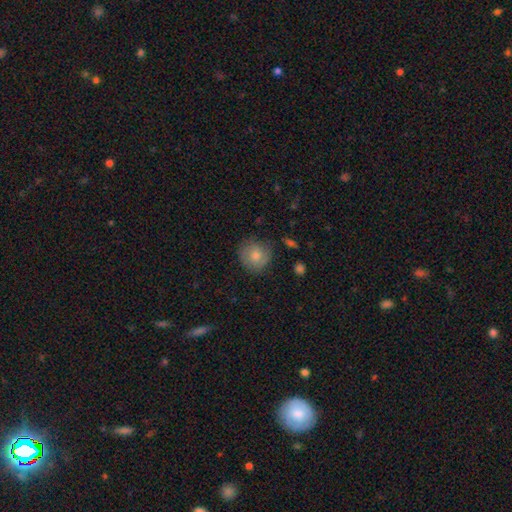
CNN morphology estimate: This is likely a smooth galaxy (72%). How rounded: clearly round (88%). Merging: likely none (74%).